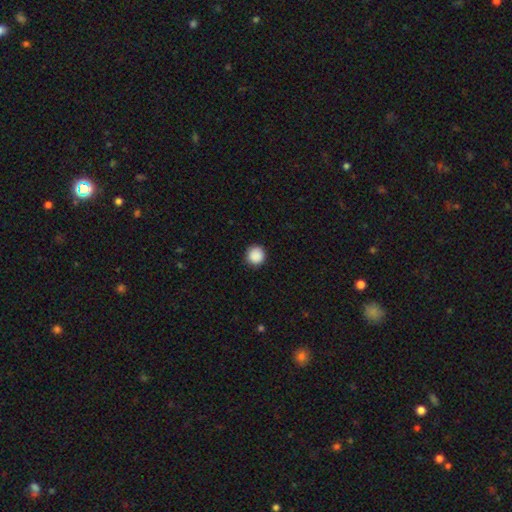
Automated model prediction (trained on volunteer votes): A smooth galaxy with no disk features (89%) that is round (95%).

Vote fractions:
- Smooth or featured? smooth: 89% / star or artifact: 8% / featured or disk: 2%
- How rounded? round: 95% / in between: 4% / cigar-shaped: 1%
- Merging? none: 91% / minor disturbance: 6% / major disturbance: 2% / merger: 1%